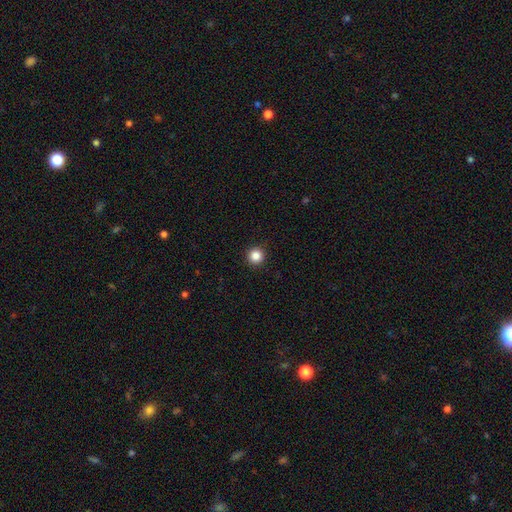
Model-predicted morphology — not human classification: A smooth galaxy with no disk features (86%) that is round (96%). Merging: none (93%).